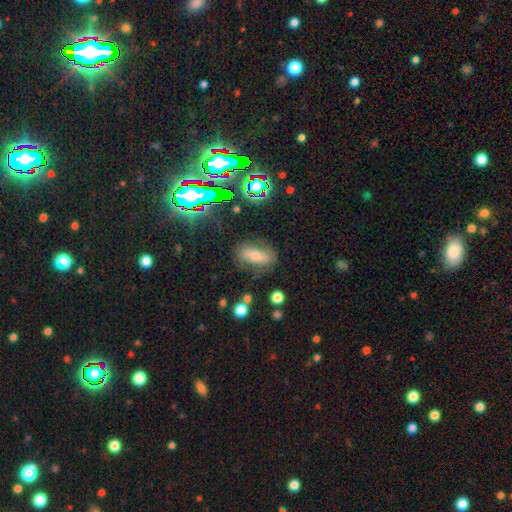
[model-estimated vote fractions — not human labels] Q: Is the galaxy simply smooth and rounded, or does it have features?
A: smooth — 46%.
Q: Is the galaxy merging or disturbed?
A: none — 75%.